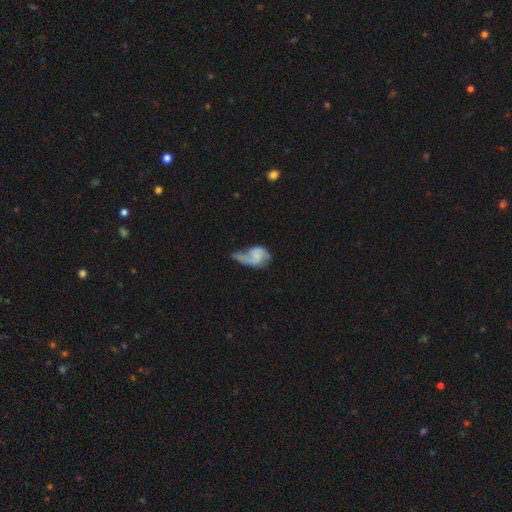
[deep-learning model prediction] smooth-or-featured: featured or disk: 62% | smooth: 31% | star or artifact: 7%
  disk-edge-on: no: 97% | yes: 3%
    bar: no: 63% | weak: 31% | strong: 6%
    has-spiral-arms: yes: 82% | no: 18%
    bulge-size: small: 43% | none: 36% | moderate: 17% | large: 3% | dominant: 1%
  merging: major disturbance: 40% | minor disturbance: 27% | none: 25% | merger: 8%